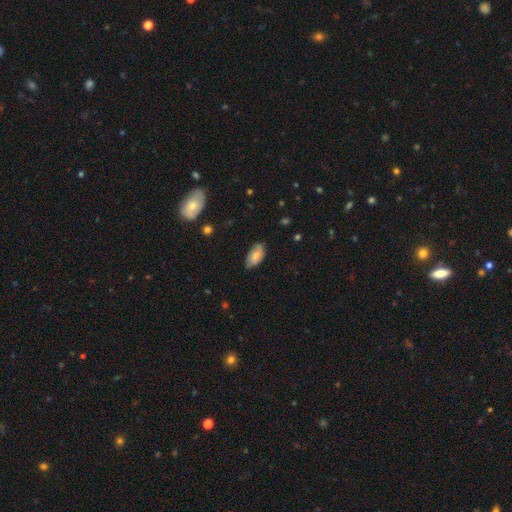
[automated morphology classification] Smooth or featured? smooth (66%)
How rounded? in between (93%)
Merging? none (70%)